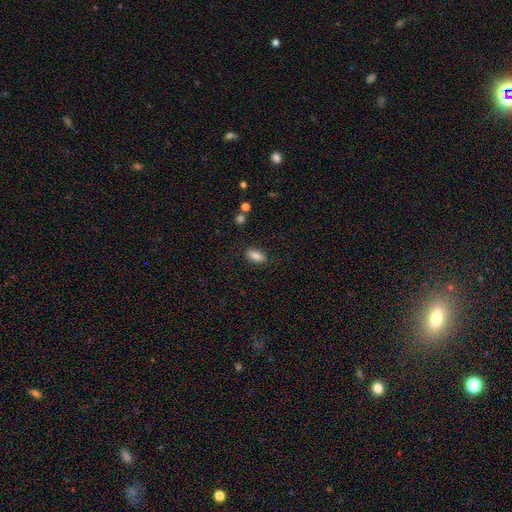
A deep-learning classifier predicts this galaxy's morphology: This appears to be a smooth galaxy with no disk features (83%) that is in between round and cigar-shaped (86%). Merging: none (84%).